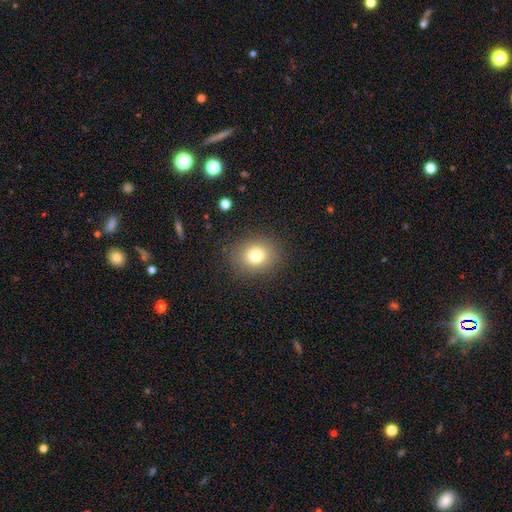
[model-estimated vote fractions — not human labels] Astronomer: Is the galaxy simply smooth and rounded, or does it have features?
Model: smooth — 77%.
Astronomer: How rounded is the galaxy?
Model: round — 72%.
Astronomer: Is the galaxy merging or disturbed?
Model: none — 87%.